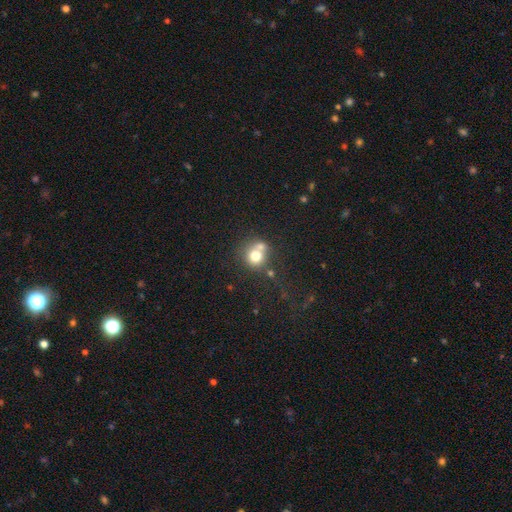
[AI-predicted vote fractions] Q: Smooth or featured?
A: smooth (71%); runner-up: featured or disk (16%)
Q: How rounded?
A: round (86%); runner-up: in between (13%)
Q: Merging?
A: none (45%); runner-up: merger (41%)